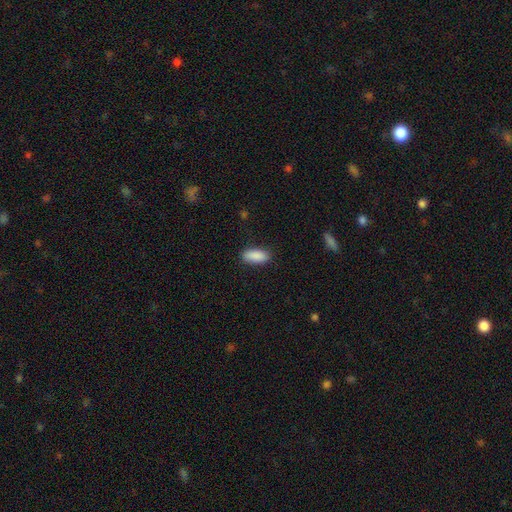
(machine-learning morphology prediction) A smooth galaxy with no disk features (90%) that is in between round and cigar-shaped (83%). Merging: none (87%).